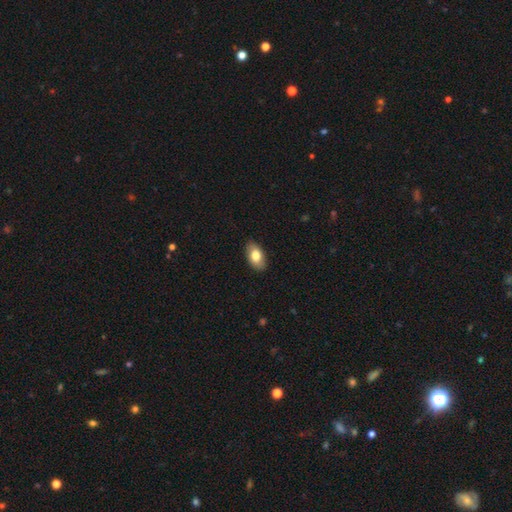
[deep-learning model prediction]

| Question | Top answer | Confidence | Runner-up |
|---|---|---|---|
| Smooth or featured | smooth | 77% | featured or disk (16%) |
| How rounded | in between | 93% | round (5%) |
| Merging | none | 87% | minor disturbance (10%) |